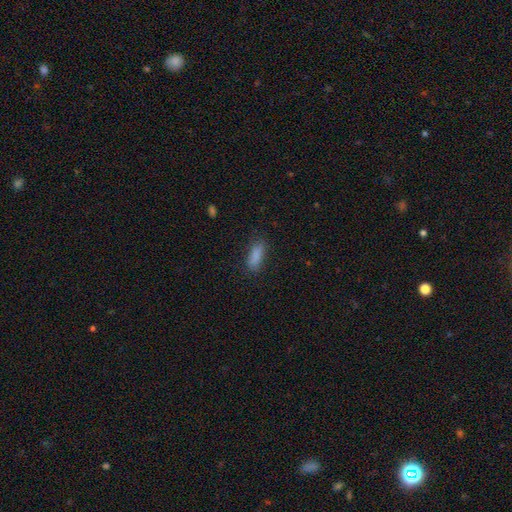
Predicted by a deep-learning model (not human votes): This is clearly a smooth galaxy (86%). How rounded: likely in between (70%). Merging: likely none (79%).